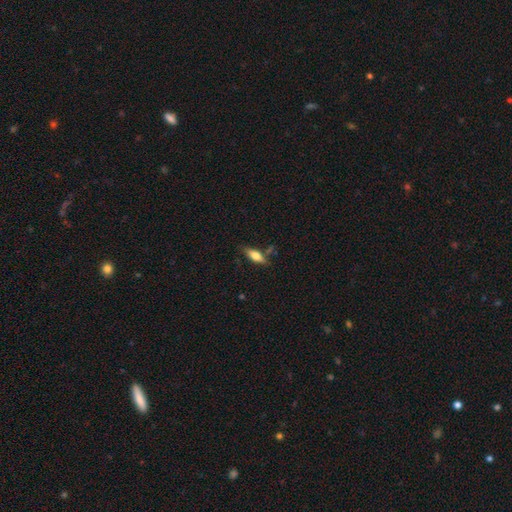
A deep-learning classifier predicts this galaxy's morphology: Smooth or featured?
  - smooth: 66% *
  - featured or disk: 27%
  - star or artifact: 7%
How rounded?
  - in between: 64% *
  - cigar-shaped: 34%
  - round: 3%
Merging?
  - none: 70% *
  - minor disturbance: 18%
  - merger: 7%
  - major disturbance: 5%